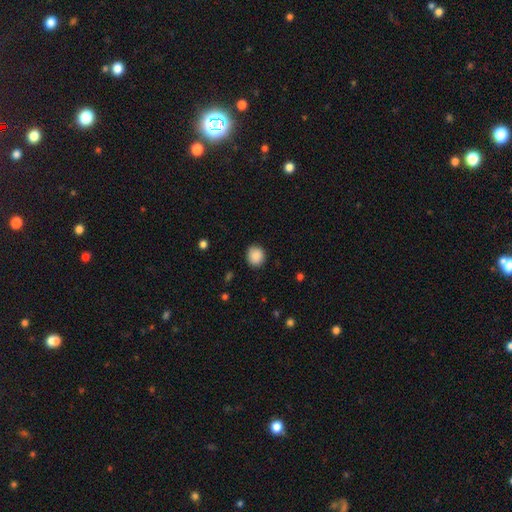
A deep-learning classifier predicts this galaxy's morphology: Overall: smooth (88%). How rounded: round (78%). Merging: none (87%).